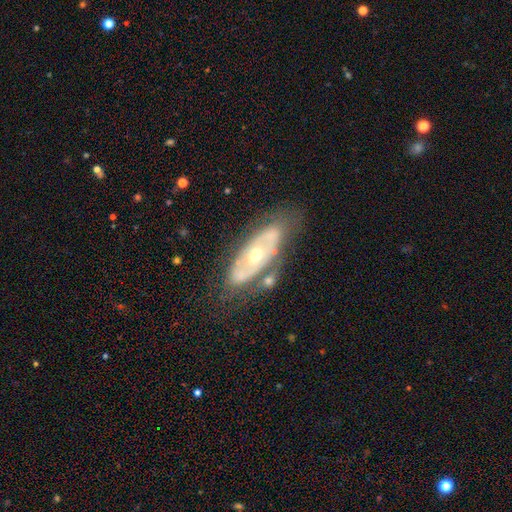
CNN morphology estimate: Q: Smooth or featured?
A: featured or disk (72%); runner-up: smooth (22%)
Q: Edge-on disk?
A: no (87%); runner-up: yes (13%)
Q: Bar?
A: no (81%); runner-up: weak (14%)
Q: Spiral arms?
A: no (59%); runner-up: yes (41%)
Q: Bulge size?
A: moderate (59%); runner-up: small (36%)
Q: Merging?
A: none (64%); runner-up: minor disturbance (20%)